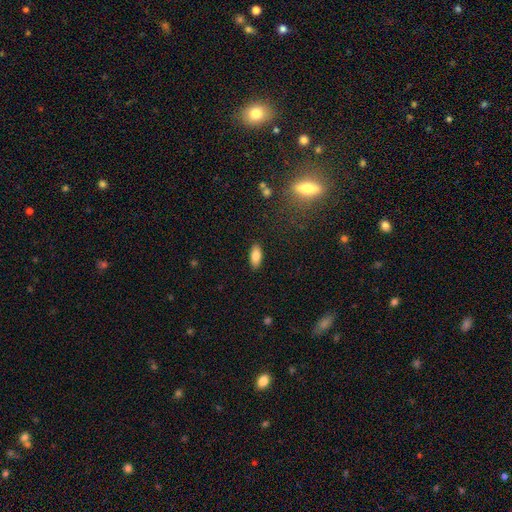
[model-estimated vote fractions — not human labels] smooth-or-featured: smooth: 85% | star or artifact: 8% | featured or disk: 8%
  how-rounded: in between: 86% | cigar-shaped: 11% | round: 2%
  merging: none: 88% | minor disturbance: 9% | major disturbance: 2% | merger: 1%